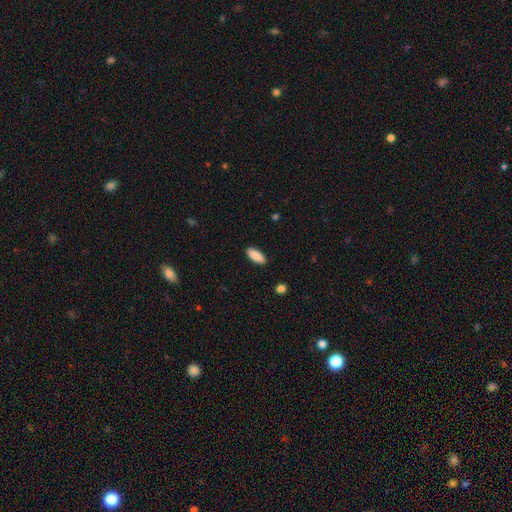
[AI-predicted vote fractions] smooth_or_featured: smooth (p=0.88) [alt: featured or disk p=0.06]
how_rounded: in between (p=0.79) [alt: cigar-shaped p=0.19]
merging: none (p=0.89) [alt: minor disturbance p=0.08]